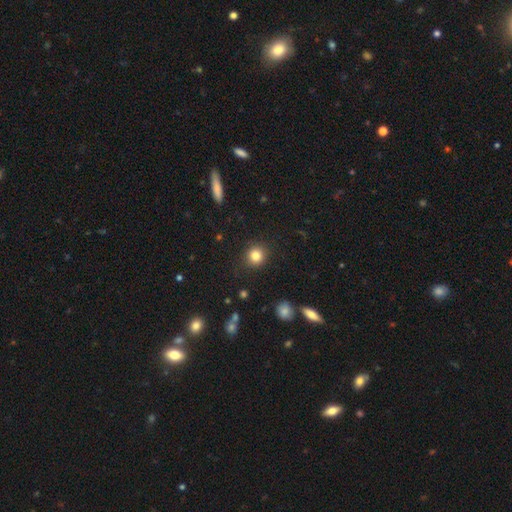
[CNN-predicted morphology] Smooth or featured?
  - smooth: 83% *
  - star or artifact: 11%
  - featured or disk: 6%
How rounded?
  - round: 90% *
  - in between: 9%
  - cigar-shaped: 1%
Merging?
  - none: 89% *
  - minor disturbance: 7%
  - major disturbance: 2%
  - merger: 1%